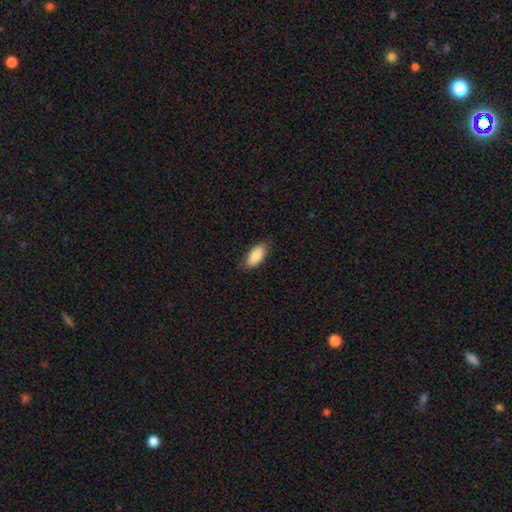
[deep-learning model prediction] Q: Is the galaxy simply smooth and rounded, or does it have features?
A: smooth — 87%.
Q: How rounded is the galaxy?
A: in between — 92%.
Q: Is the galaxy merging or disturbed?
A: none — 81%.